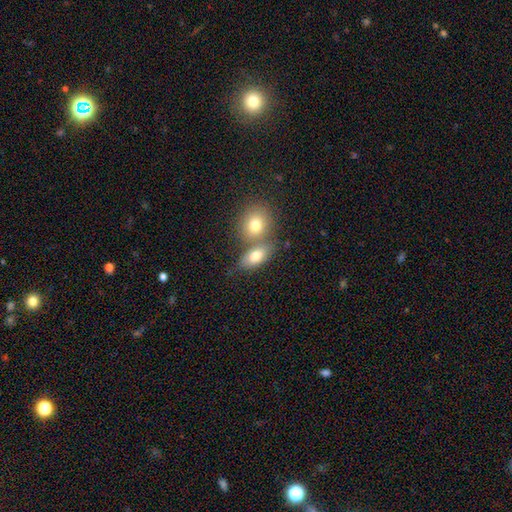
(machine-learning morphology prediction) type=smooth (77%); roundness=in between (77%); merging=merger (47%).